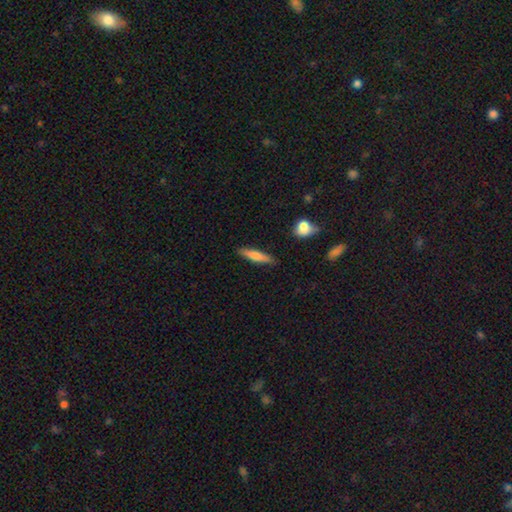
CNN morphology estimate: Smooth or featured?
  - smooth: 72% *
  - featured or disk: 22%
  - star or artifact: 6%
How rounded?
  - cigar-shaped: 82% *
  - in between: 16%
  - round: 2%
Merging?
  - none: 86% *
  - minor disturbance: 10%
  - major disturbance: 2%
  - merger: 2%